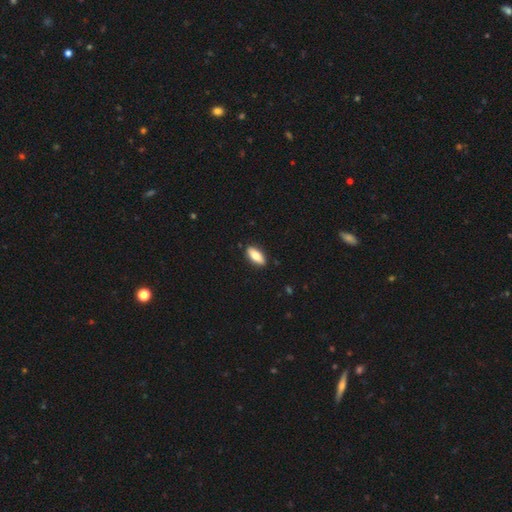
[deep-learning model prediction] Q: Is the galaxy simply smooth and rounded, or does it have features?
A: smooth — 80%.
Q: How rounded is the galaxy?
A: in between — 78%.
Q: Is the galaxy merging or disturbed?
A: none — 89%.